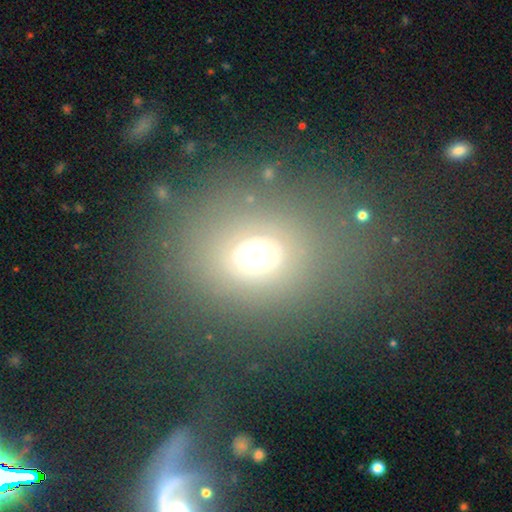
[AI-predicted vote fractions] smooth_or_featured: smooth (p=0.66) [alt: star or artifact p=0.19]
how_rounded: round (p=0.64) [alt: in between p=0.35]
merging: none (p=0.76) [alt: minor disturbance p=0.11]